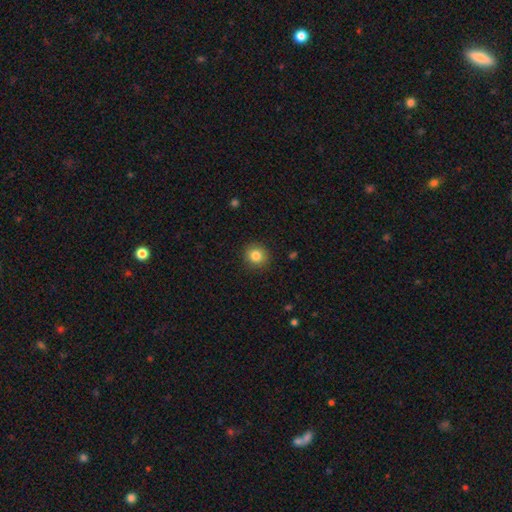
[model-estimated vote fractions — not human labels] Overall: smooth (83%). How rounded: round (90%). Merging: none (91%).